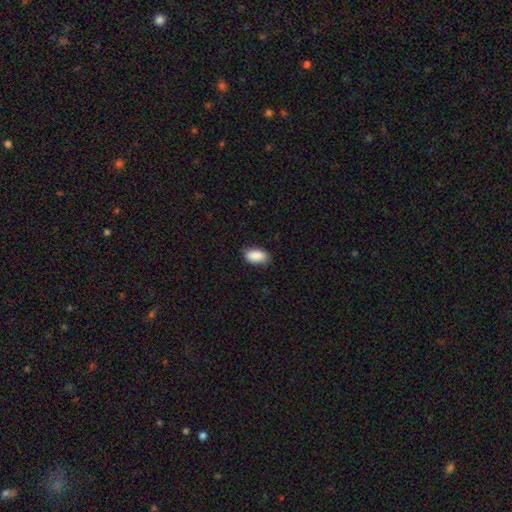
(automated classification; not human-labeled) This appears to be a smooth galaxy with no disk features (90%) that is in between round and cigar-shaped (93%). Merging: none (82%).